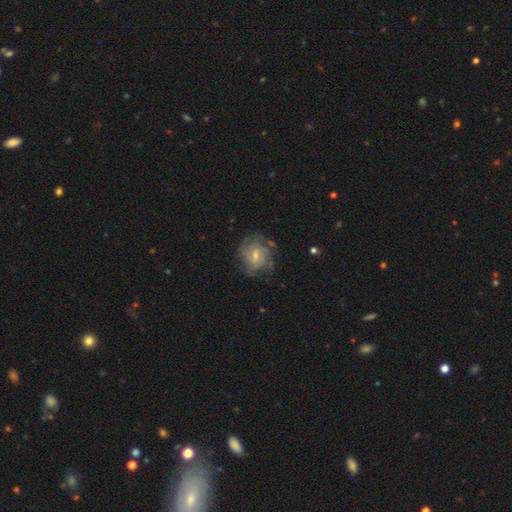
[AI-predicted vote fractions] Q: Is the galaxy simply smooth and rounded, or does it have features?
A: featured or disk — 72%.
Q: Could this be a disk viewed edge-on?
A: no — 98%.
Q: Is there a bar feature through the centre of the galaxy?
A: weak — 57%.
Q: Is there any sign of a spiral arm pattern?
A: yes — 86%.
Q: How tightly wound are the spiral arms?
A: tight — 57%.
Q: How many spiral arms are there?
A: can't tell — 46%.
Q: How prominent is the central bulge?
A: small — 55%.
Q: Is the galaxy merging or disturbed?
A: none — 65%.